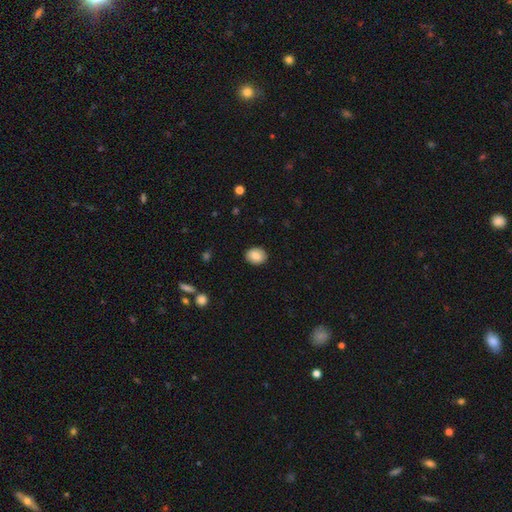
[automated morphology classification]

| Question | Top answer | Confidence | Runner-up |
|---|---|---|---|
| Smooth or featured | smooth | 86% | star or artifact (8%) |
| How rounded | round | 50% | in between (49%) |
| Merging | none | 89% | minor disturbance (8%) |